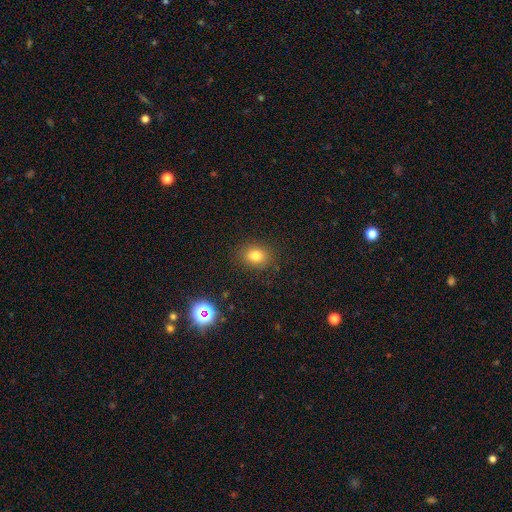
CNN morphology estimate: Smooth or featured: smooth — 78% (star or artifact — 14%)
How rounded: round — 53% (in between — 46%)
Merging: none — 86% (minor disturbance — 10%)